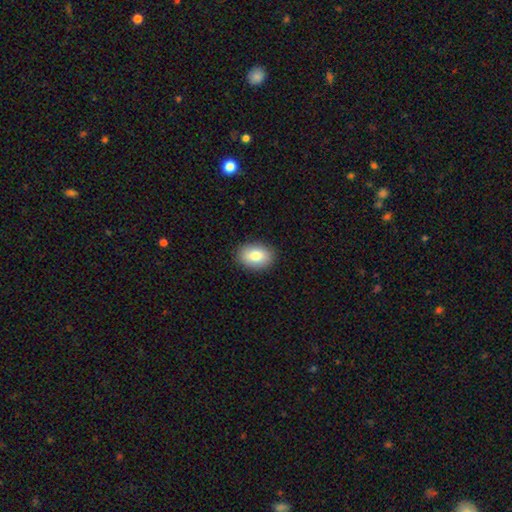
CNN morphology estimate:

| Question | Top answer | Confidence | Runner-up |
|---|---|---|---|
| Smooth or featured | smooth | 82% | featured or disk (11%) |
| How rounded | in between | 82% | round (17%) |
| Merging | none | 89% | minor disturbance (8%) |